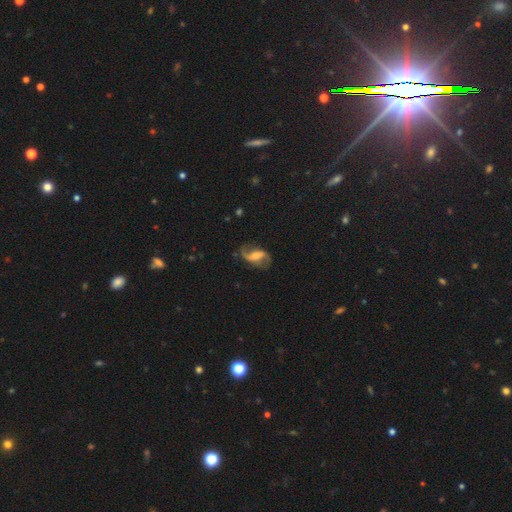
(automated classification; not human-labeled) Smooth or featured? featured or disk (85%)
Edge-on disk? no (97%)
Bar? weak (43%)
Spiral arms? yes (95%)
Spiral winding? loose (69%)
Spiral arm count? 2 (91%)
Bulge size? moderate (43%)
Merging? none (73%)